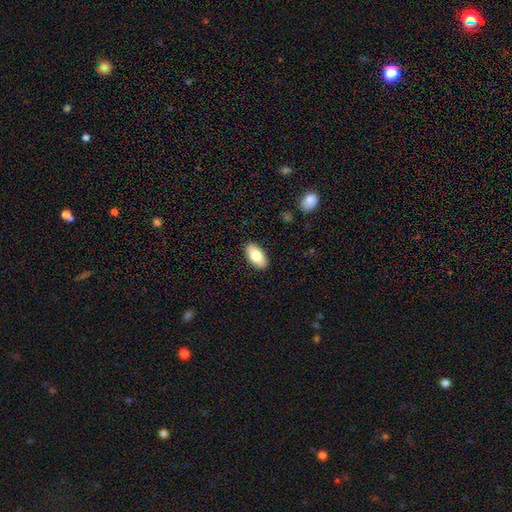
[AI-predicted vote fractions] smooth-or-featured: smooth: 78% | featured or disk: 15% | star or artifact: 6%
  how-rounded: in between: 93% | cigar-shaped: 5% | round: 3%
  merging: none: 90% | minor disturbance: 8% | major disturbance: 2% | merger: 1%